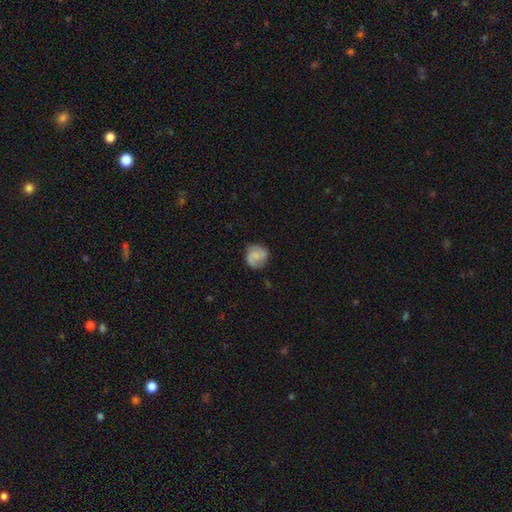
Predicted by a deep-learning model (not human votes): Q: Smooth or featured?
A: smooth (50%); runner-up: featured or disk (42%)
Q: How rounded?
A: round (83%); runner-up: in between (15%)
Q: Merging?
A: none (73%); runner-up: minor disturbance (19%)